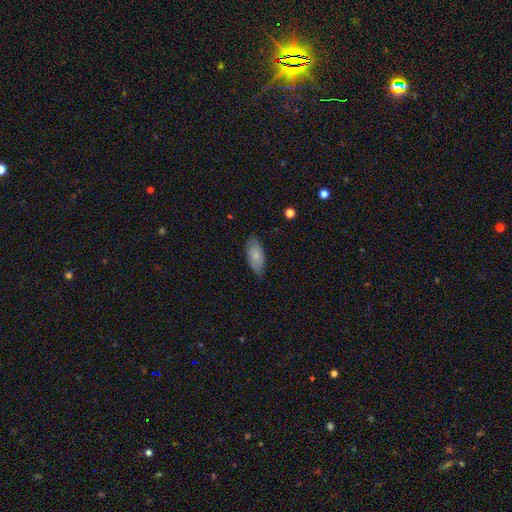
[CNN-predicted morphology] Smooth or featured: smooth — 78% (featured or disk — 16%)
How rounded: in between — 90% (cigar-shaped — 8%)
Merging: none — 78% (minor disturbance — 18%)